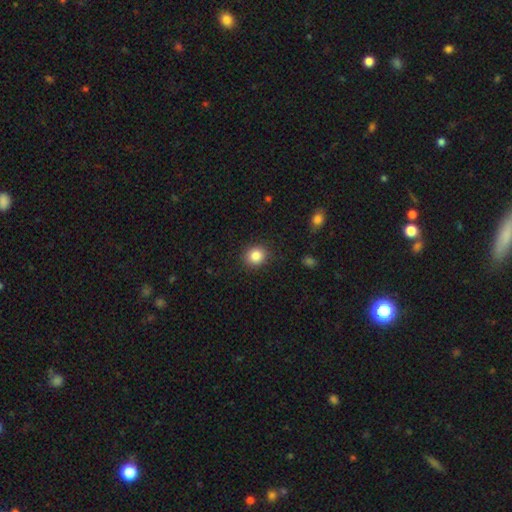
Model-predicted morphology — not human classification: smooth-or-featured: smooth: 85% | star or artifact: 10% | featured or disk: 5%
  how-rounded: round: 83% | in between: 16% | cigar-shaped: 1%
  merging: none: 90% | minor disturbance: 7% | major disturbance: 2% | merger: 1%